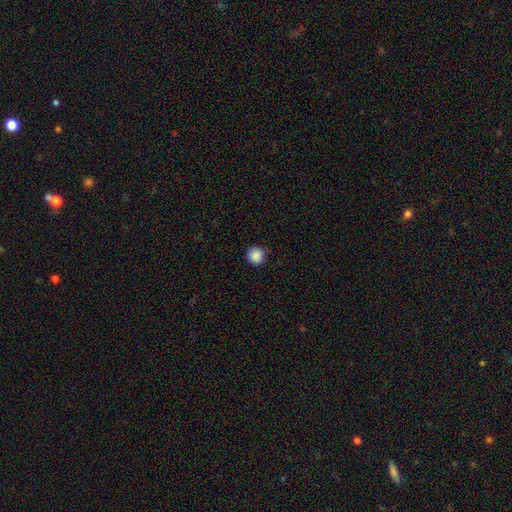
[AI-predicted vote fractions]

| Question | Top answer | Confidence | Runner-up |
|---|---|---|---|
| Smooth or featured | smooth | 88% | star or artifact (9%) |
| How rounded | round | 94% | in between (5%) |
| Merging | none | 91% | minor disturbance (7%) |